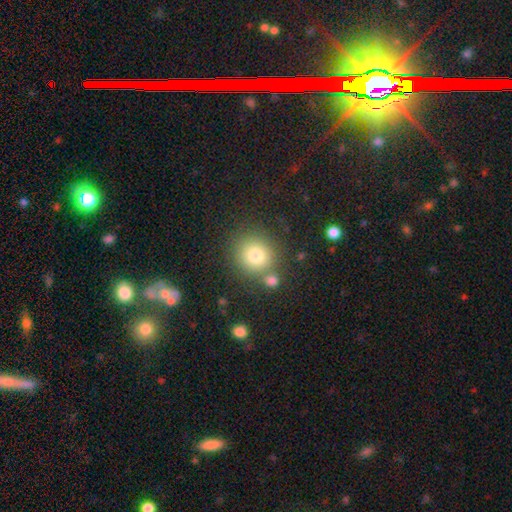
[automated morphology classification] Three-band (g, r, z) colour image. It shows a smooth galaxy with no disk features (79%) that is round (90%). Merging: none (73%).